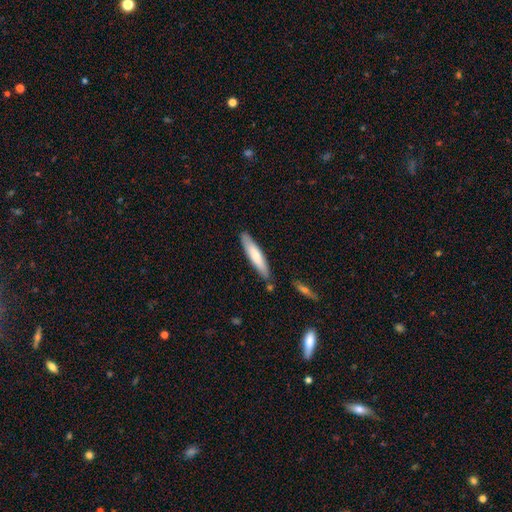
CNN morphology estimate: smooth 70%, featured or disk 25%, star or artifact 5%. Down the decision tree: how rounded — cigar-shaped (84%); merging — none (83%).